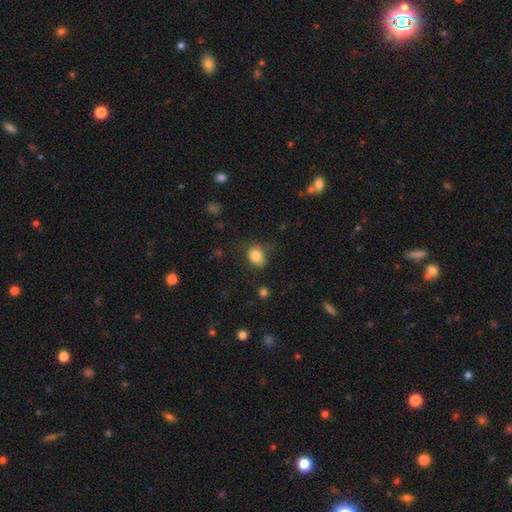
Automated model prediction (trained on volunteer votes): Smooth or featured: smooth — 83% (star or artifact — 10%)
How rounded: in between — 62% (round — 37%)
Merging: none — 62% (minor disturbance — 27%)